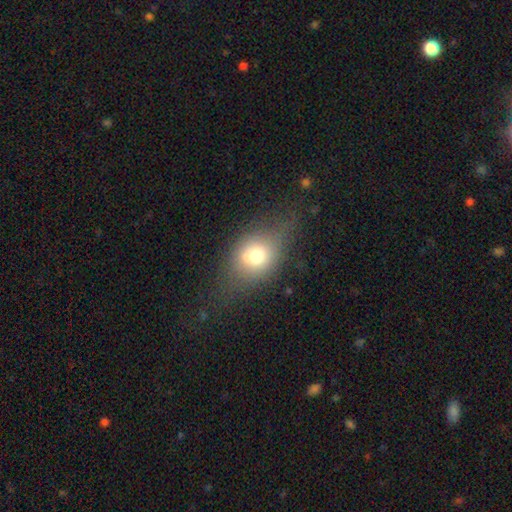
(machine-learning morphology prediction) Q: Smooth or featured?
A: smooth (66%); runner-up: featured or disk (23%)
Q: How rounded?
A: in between (52%); runner-up: round (45%)
Q: Merging?
A: none (57%); runner-up: minor disturbance (25%)